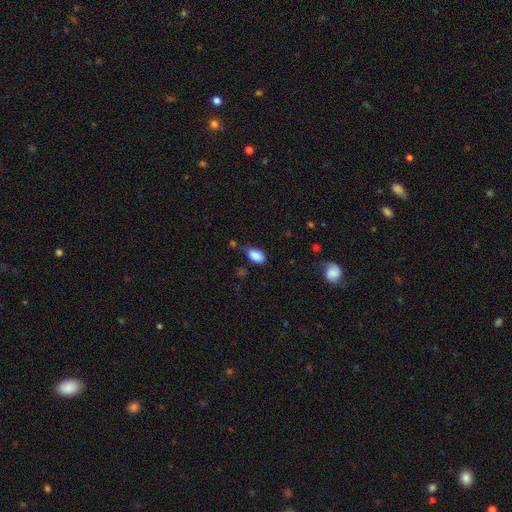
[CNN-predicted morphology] This is clearly a smooth galaxy (87%). How rounded: clearly in between (92%). Merging: possibly none (60%).